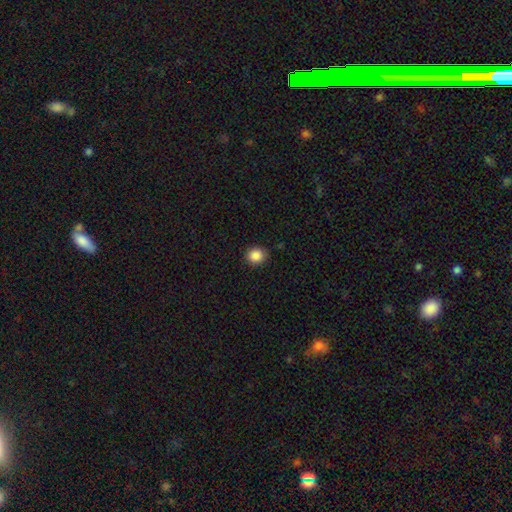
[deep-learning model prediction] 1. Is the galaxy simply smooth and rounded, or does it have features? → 87% smooth, 10% star or artifact, 3% featured or disk.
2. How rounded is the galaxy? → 81% round, 18% in between, 1% cigar-shaped.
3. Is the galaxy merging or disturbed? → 89% none, 8% minor disturbance, 2% major disturbance, 1% merger.